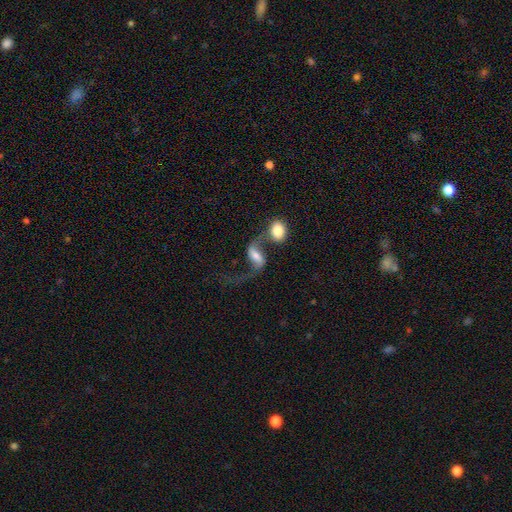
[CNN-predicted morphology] This is likely a featured or disk galaxy (69%). It is clearly not viewed edge-on (95%). Bar: marginally weak (39%). Spiral arm pattern: clearly yes (89%). Spiral arm count: clearly 2 (87%). Spiral winding: clearly loose (90%). Central bulge: marginally moderate (38%). Merging: marginally merger (45%).